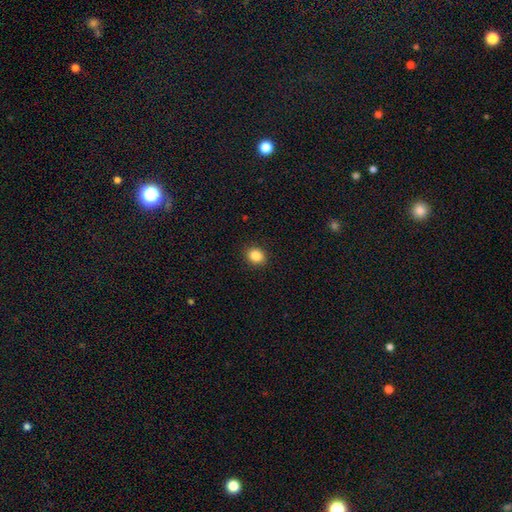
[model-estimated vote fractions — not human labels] Overall: smooth (87%). How rounded: round (62%; in between 38%). Merging: none (91%).